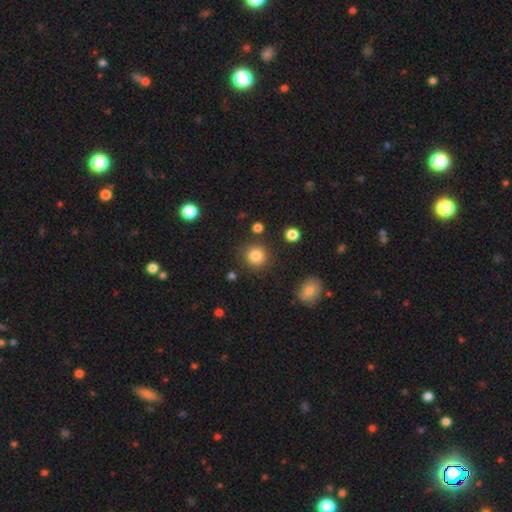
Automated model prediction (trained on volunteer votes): smooth 83%, star or artifact 12%, featured or disk 6%. Down the decision tree: how rounded — round (92%); merging — none (87%).